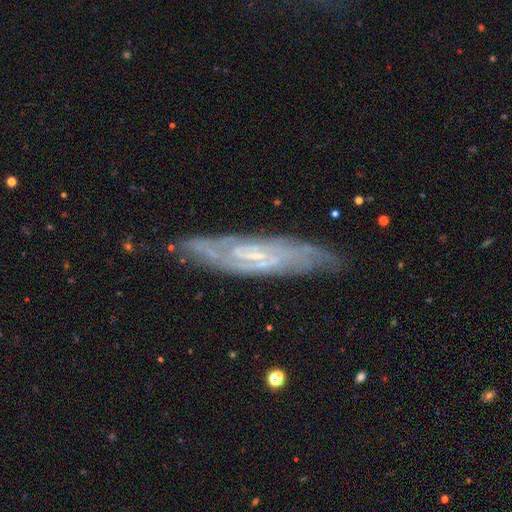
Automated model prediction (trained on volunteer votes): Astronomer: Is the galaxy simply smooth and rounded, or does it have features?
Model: featured or disk — 78%.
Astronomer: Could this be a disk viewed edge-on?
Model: no — 67%.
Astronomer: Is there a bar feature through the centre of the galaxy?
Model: weak — 44% (runner-up: no, 40%).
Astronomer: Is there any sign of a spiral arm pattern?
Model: yes — 88%.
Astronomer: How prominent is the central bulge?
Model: small — 72%.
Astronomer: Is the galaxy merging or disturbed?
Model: none — 78%.